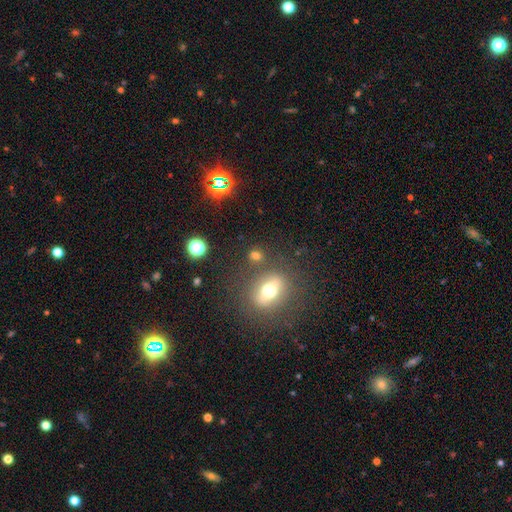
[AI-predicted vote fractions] Overall: smooth (66%). How rounded: round (57%; in between 39%). Merging: none (74%).